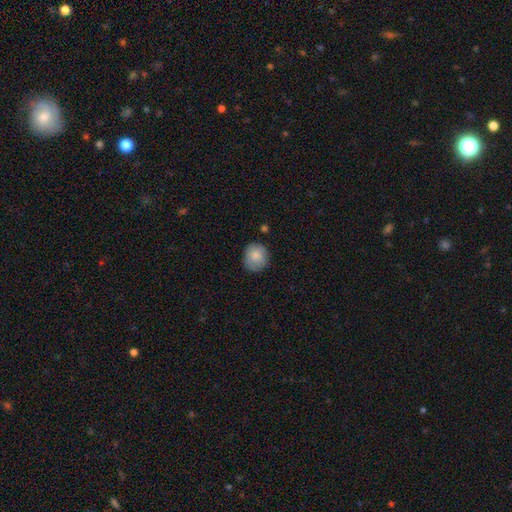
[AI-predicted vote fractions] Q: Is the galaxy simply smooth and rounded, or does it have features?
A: smooth — 84%.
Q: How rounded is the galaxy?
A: round — 84%.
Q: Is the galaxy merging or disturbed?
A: none — 82%.